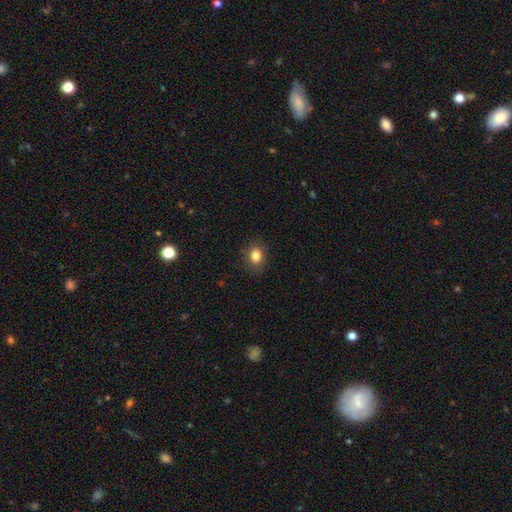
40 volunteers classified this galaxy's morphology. Smooth or featured? 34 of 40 (85%) said smooth. How rounded? 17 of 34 (50%) said in between. Merging? 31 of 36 (86%) said none.